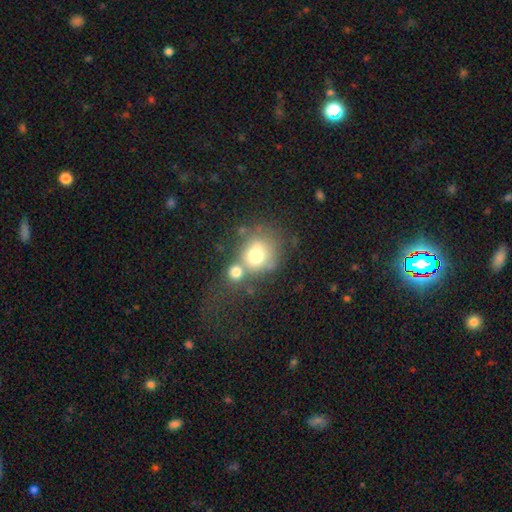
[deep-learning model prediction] Smooth or featured? Predicted: smooth (p=0.70). How rounded? Predicted: round (p=0.78). Merging? Predicted: merger (p=0.43).